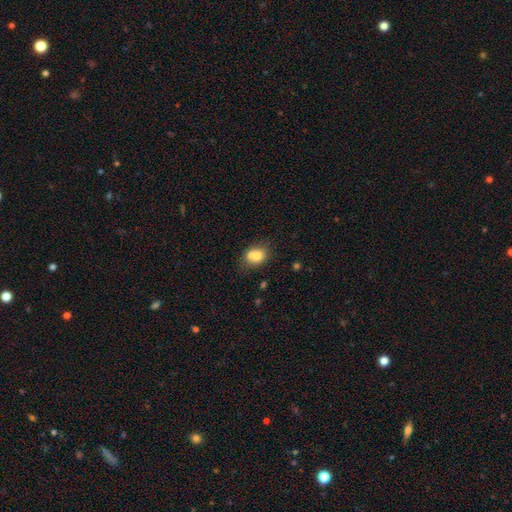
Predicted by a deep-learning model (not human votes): smooth-or-featured: smooth: 72% | featured or disk: 18% | star or artifact: 10%
  how-rounded: round: 50% | in between: 49% | cigar-shaped: 1%
  merging: none: 42% | merger: 41% | minor disturbance: 13% | major disturbance: 4%